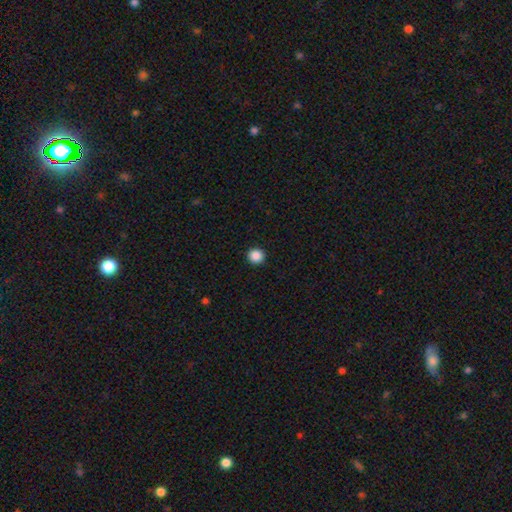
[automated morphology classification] Overall: smooth (88%). How rounded: round (95%). Merging: none (93%).